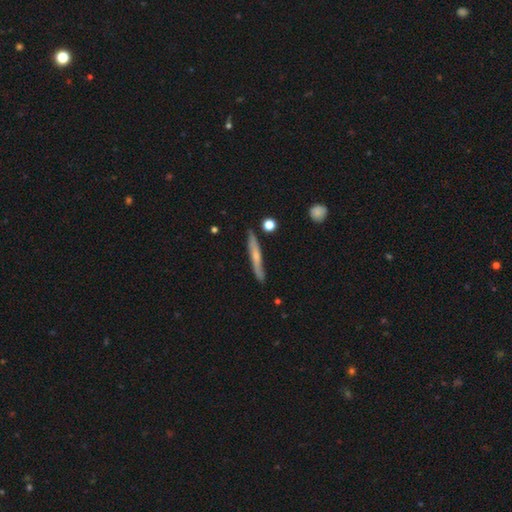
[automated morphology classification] Smooth or featured? featured or disk (50%)
Merging? none (84%)